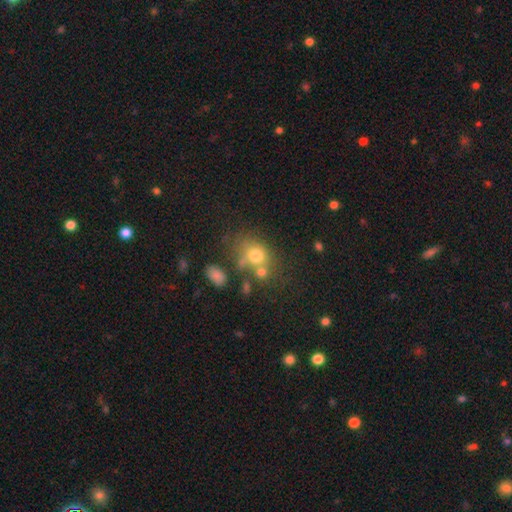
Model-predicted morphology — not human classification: Smooth or featured?
  - smooth: 71% *
  - featured or disk: 15%
  - star or artifact: 14%
How rounded?
  - round: 53% *
  - in between: 45%
  - cigar-shaped: 1%
Merging?
  - none: 45% *
  - merger: 28%
  - minor disturbance: 16%
  - major disturbance: 11%